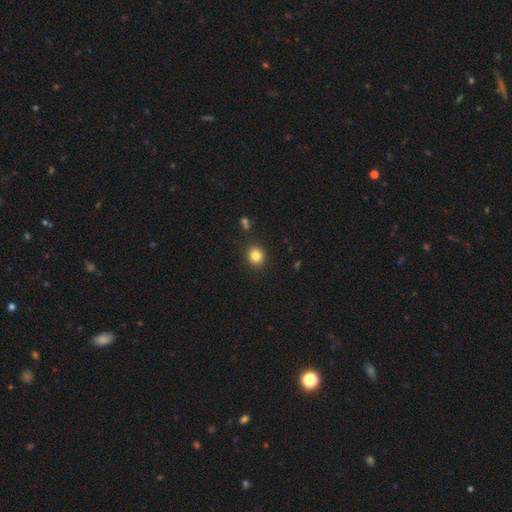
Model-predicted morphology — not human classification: A smooth galaxy with no disk features (83%) that is round (80%).

Vote fractions:
- Smooth or featured? smooth: 83% / star or artifact: 12% / featured or disk: 6%
- How rounded? round: 80% / in between: 19% / cigar-shaped: 1%
- Merging? none: 89% / minor disturbance: 7% / major disturbance: 2% / merger: 2%